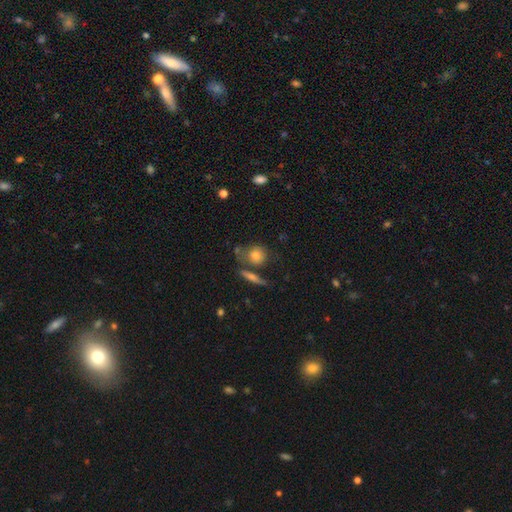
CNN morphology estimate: This is likely a smooth galaxy (75%). How rounded: likely round (72%). Merging: possibly none (58%).